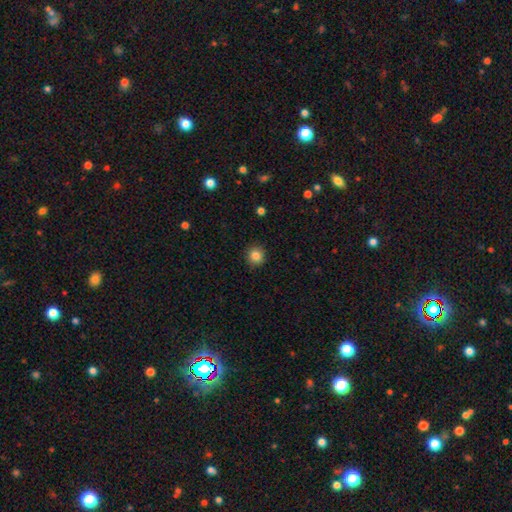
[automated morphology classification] Smooth or featured: smooth — 84% (star or artifact — 11%)
How rounded: round — 91% (in between — 8%)
Merging: none — 90% (minor disturbance — 7%)